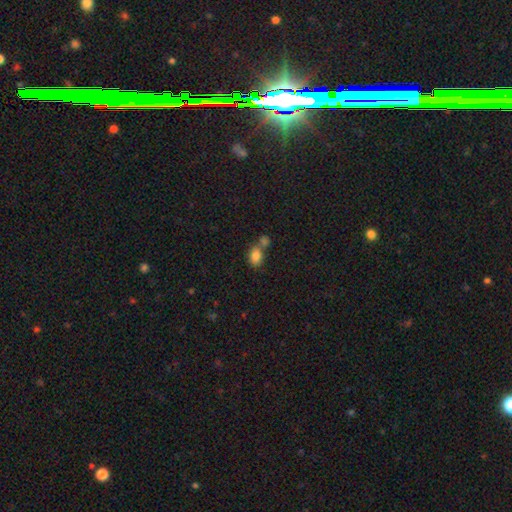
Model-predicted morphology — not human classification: Q: Smooth or featured?
A: smooth (83%); runner-up: star or artifact (10%)
Q: How rounded?
A: in between (75%); runner-up: round (23%)
Q: Merging?
A: none (43%); tied with: merger (43%)